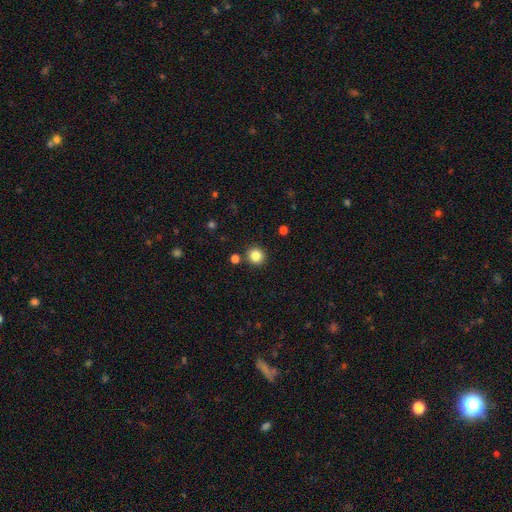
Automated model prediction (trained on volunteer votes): Q: Smooth or featured?
A: smooth (85%); runner-up: star or artifact (11%)
Q: How rounded?
A: round (93%); runner-up: in between (6%)
Q: Merging?
A: none (87%); runner-up: minor disturbance (6%)